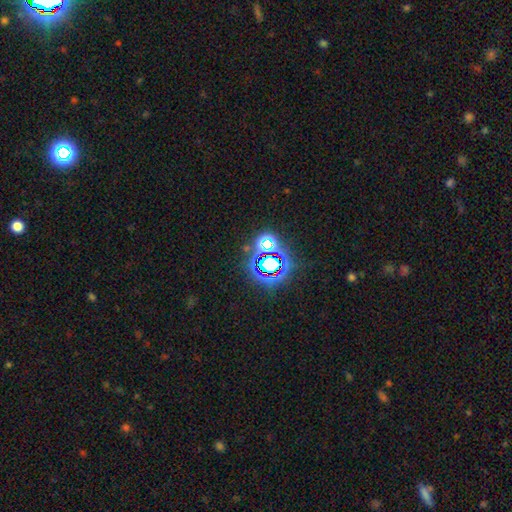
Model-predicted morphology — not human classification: Q: Smooth or featured?
A: star or artifact (77%); runner-up: smooth (15%)